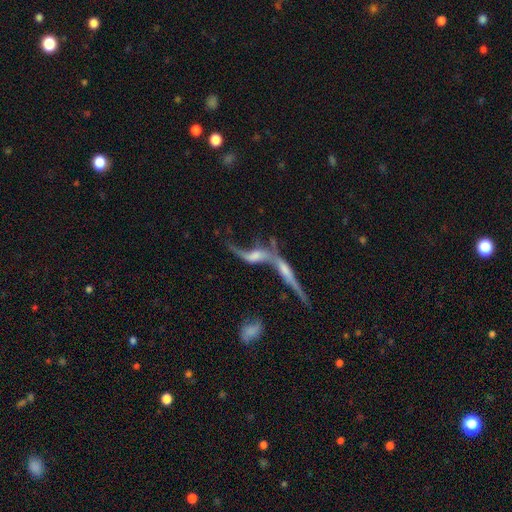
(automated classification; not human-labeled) Smooth or featured?
  - featured or disk: 74% *
  - smooth: 15%
  - star or artifact: 11%
Edge-on disk?
  - no: 68% *
  - yes: 32%
Bar?
  - no: 60% *
  - weak: 28%
  - strong: 12%
Spiral arms?
  - yes: 76% *
  - no: 24%
Bulge size?
  - moderate: 36% *
  - small: 24%
  - none: 24%
  - large: 12%
  - dominant: 3%
Merging?
  - merger: 66% *
  - none: 18%
  - major disturbance: 10%
  - minor disturbance: 7%